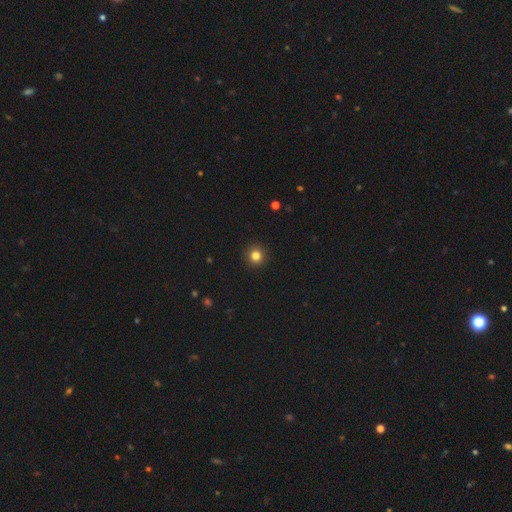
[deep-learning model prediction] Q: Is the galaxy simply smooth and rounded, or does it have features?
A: smooth — 82%.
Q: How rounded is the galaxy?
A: round — 95%.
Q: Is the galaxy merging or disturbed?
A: none — 93%.